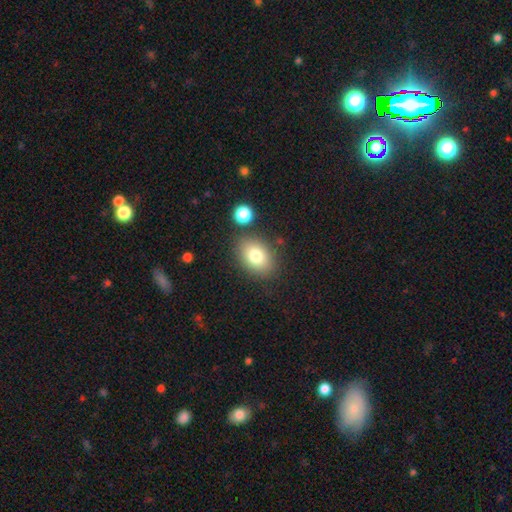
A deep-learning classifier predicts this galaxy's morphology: Smooth or featured? smooth (80%)
How rounded? in between (78%)
Merging? none (80%)